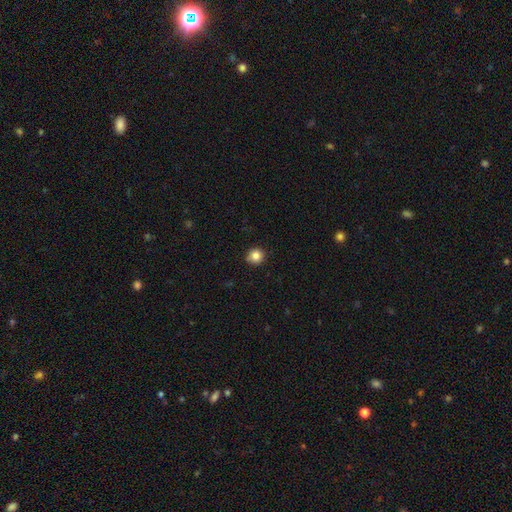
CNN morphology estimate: smooth_or_featured: smooth (p=0.84) [alt: star or artifact p=0.11]
how_rounded: round (p=0.93) [alt: in between p=0.06]
merging: none (p=0.88) [alt: minor disturbance p=0.10]